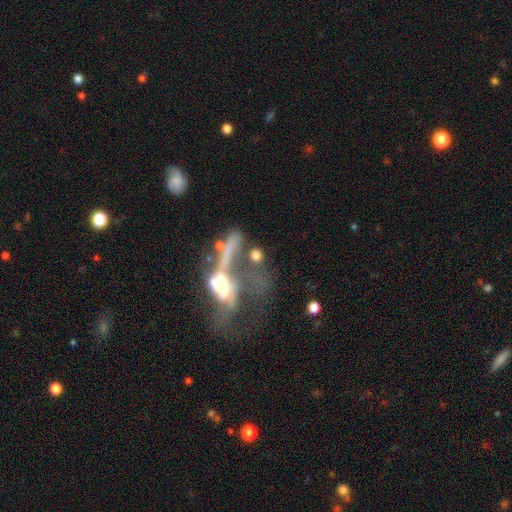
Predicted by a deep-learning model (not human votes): Q: Smooth or featured?
A: smooth (51%); runner-up: featured or disk (34%)
Q: How rounded?
A: in between (51%); runner-up: round (27%)
Q: Merging?
A: merger (52%); runner-up: major disturbance (22%)